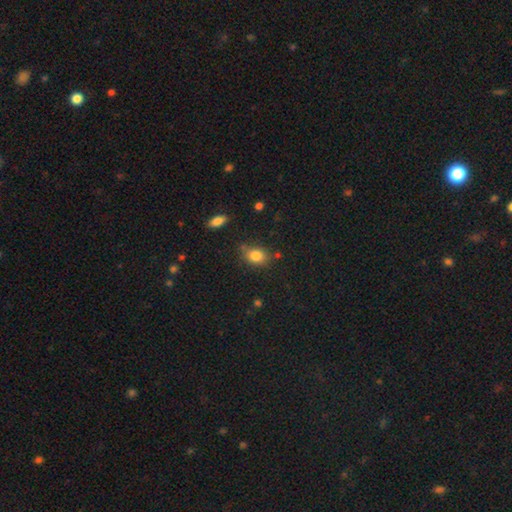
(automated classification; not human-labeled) Smooth or featured: smooth — 83% (star or artifact — 10%)
How rounded: in between — 65% (round — 33%)
Merging: none — 73% (minor disturbance — 17%)